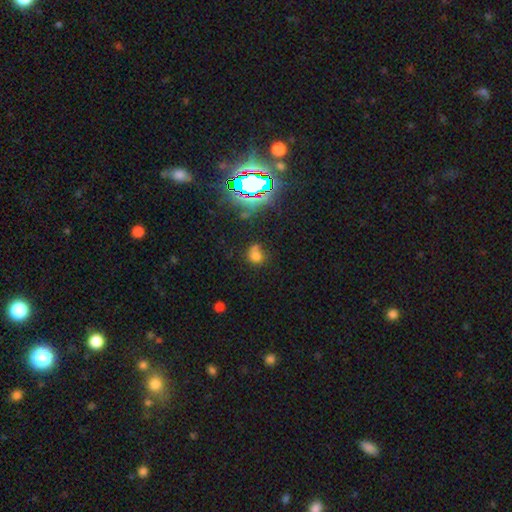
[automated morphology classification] Overall: smooth (63%; star or artifact 23%). How rounded: round (68%; in between 30%). Merging: none (43%; merger 27%).